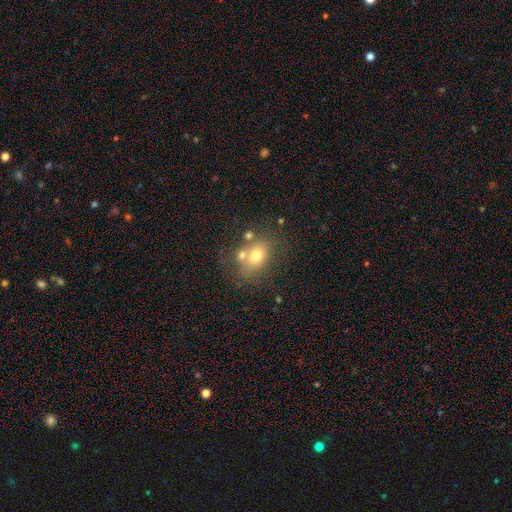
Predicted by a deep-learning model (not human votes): A smooth galaxy with no disk features (70%) that is in between round and cigar-shaped (53%). Merging: none (57%).